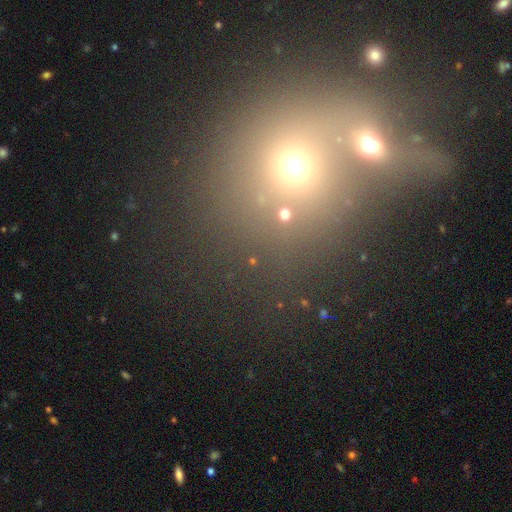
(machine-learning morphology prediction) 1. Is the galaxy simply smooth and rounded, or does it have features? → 50% smooth, 34% star or artifact, 16% featured or disk.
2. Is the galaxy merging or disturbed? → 50% merger, 36% none, 8% minor disturbance, 7% major disturbance.